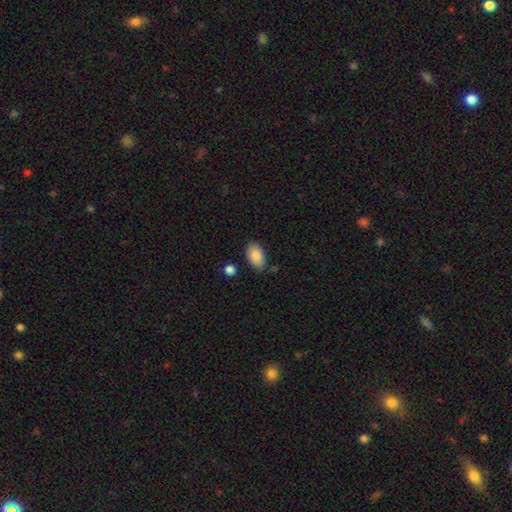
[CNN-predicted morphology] type=smooth (88%); roundness=in between (93%); merging=none (80%).